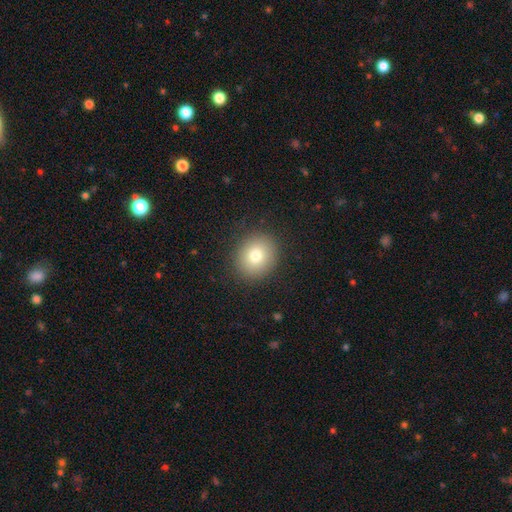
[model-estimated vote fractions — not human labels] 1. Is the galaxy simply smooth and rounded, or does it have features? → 78% smooth, 11% star or artifact, 11% featured or disk.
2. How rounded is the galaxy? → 79% round, 20% in between, 1% cigar-shaped.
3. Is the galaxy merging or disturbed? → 89% none, 7% minor disturbance, 3% major disturbance, 1% merger.